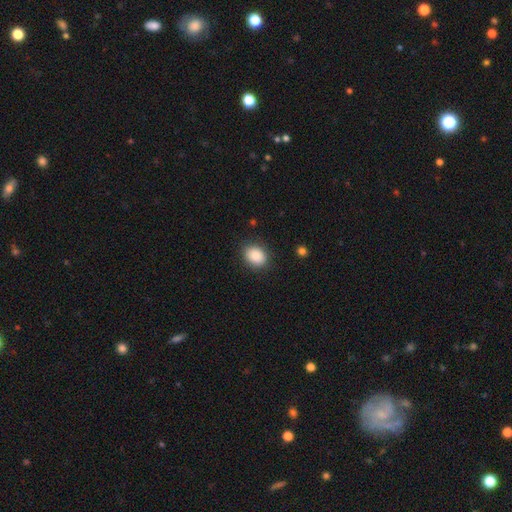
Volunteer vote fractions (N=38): A smooth galaxy with no disk features (87%) that is in between round and cigar-shaped (70%). Merging: none (86%).